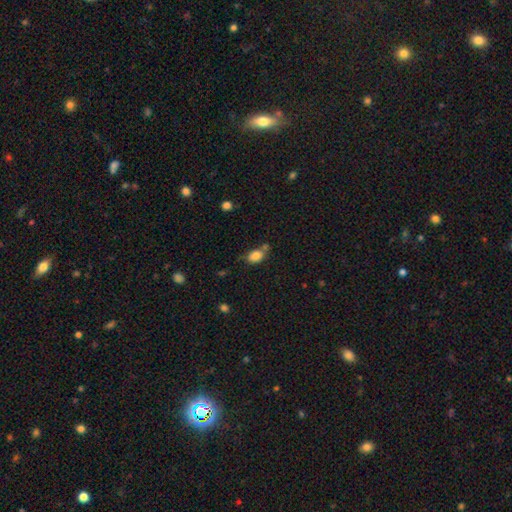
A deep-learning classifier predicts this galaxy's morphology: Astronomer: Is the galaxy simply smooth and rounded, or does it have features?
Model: smooth — 83%.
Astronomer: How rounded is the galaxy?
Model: in between — 75%.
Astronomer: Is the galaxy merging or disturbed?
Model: none — 54%.